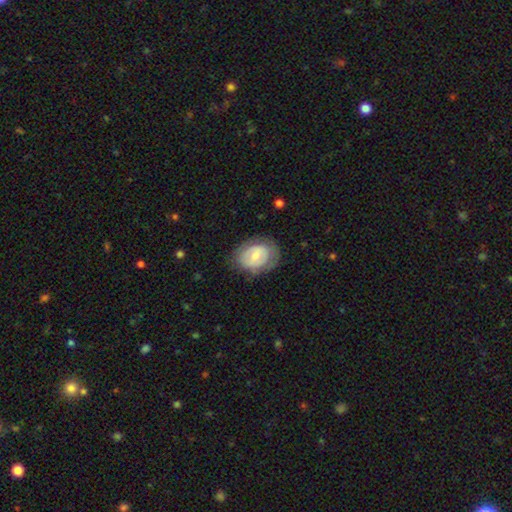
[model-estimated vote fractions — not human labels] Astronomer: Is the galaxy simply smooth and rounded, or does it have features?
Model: smooth — 47%, tied with featured or disk at 47%.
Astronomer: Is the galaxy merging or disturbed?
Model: none — 70%.